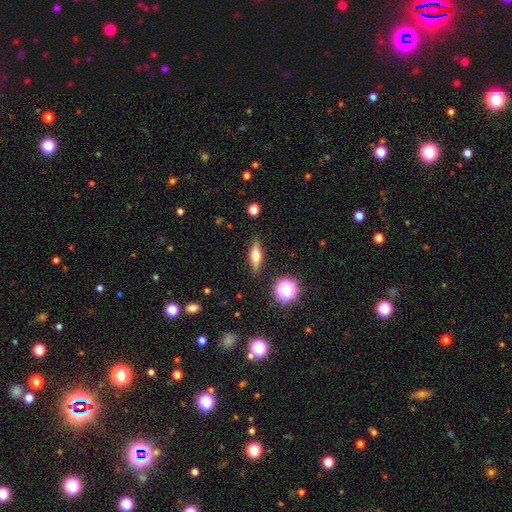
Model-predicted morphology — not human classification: A featured or disk galaxy (58%) viewed edge-on (93%) with a rounded central bulge (94%). Merging: none (89%).